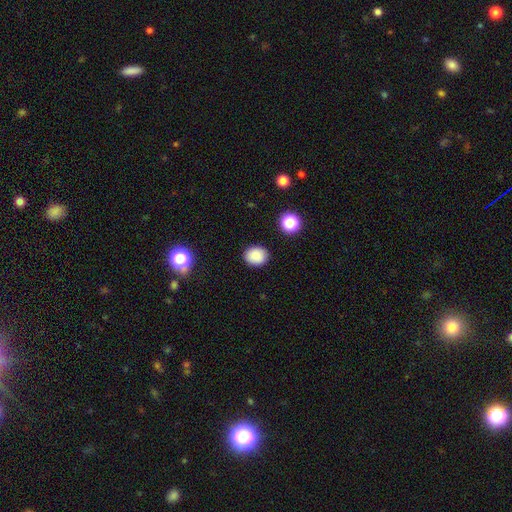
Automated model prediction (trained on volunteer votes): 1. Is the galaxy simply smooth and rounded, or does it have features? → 86% smooth, 10% star or artifact, 4% featured or disk.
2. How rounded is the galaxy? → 64% round, 36% in between, 1% cigar-shaped.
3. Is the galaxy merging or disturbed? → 88% none, 8% minor disturbance, 2% major disturbance, 2% merger.